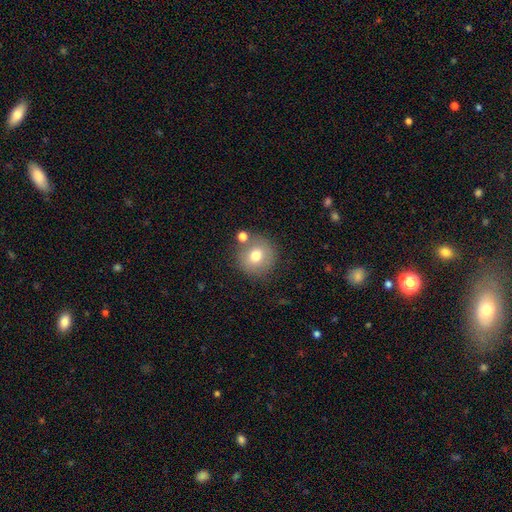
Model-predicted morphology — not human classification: The model was most divided on "smooth or featured": smooth: 73%, featured or disk: 16%, star or artifact: 11%. More confident: how rounded — round (92%); merging — none (74%).